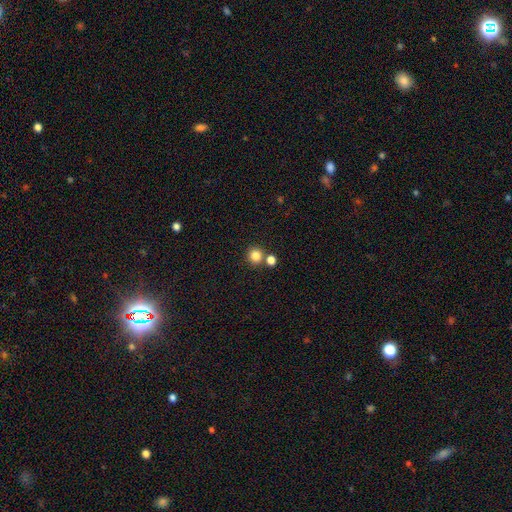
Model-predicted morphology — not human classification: smooth-or-featured: smooth: 83% | star or artifact: 12% | featured or disk: 5%
  how-rounded: round: 91% | in between: 8% | cigar-shaped: 1%
  merging: none: 72% | merger: 19% | minor disturbance: 7% | major disturbance: 2%